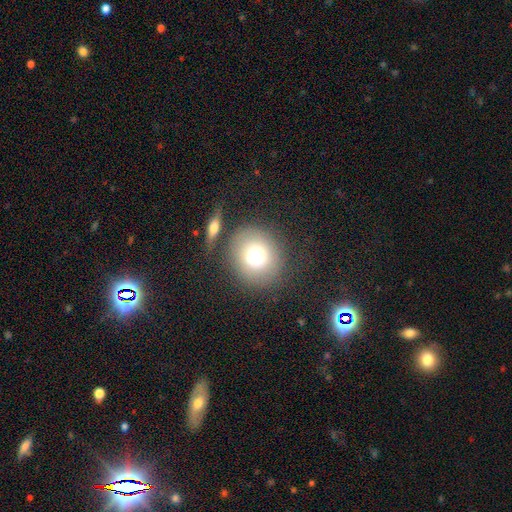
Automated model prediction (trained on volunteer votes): Smooth or featured? smooth (72%)
How rounded? round (80%)
Merging? none (71%)